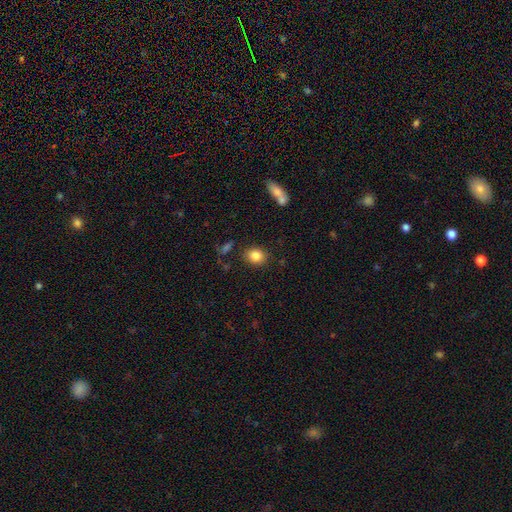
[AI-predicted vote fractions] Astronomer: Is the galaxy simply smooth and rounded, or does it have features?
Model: smooth — 84%.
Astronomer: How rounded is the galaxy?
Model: round — 54% (runner-up: in between, 45%).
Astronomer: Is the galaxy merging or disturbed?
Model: none — 84%.